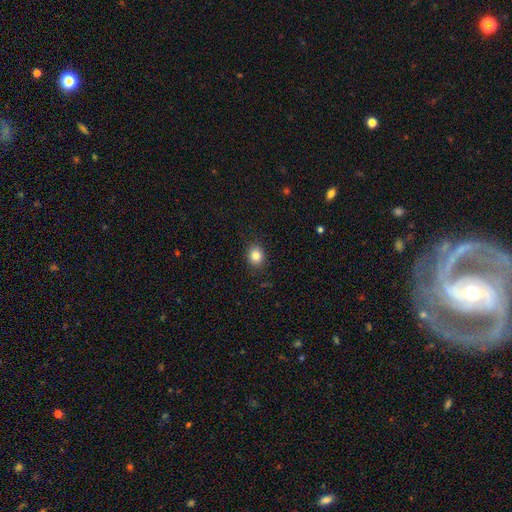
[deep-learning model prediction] Q: Smooth or featured?
A: smooth (84%); runner-up: star or artifact (10%)
Q: How rounded?
A: round (64%); runner-up: in between (35%)
Q: Merging?
A: none (87%); runner-up: minor disturbance (9%)